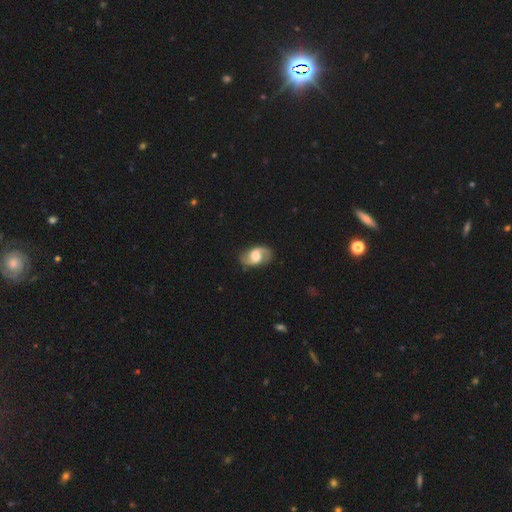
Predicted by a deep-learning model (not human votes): This is clearly a featured or disk galaxy (83%). It is clearly not viewed edge-on (97%). Bar: possibly no (46%). Spiral arm pattern: clearly yes (94%). Spiral arm count: clearly 2 (93%). Spiral winding: possibly medium (48%). Central bulge: possibly moderate (45%). Merging: clearly none (84%).